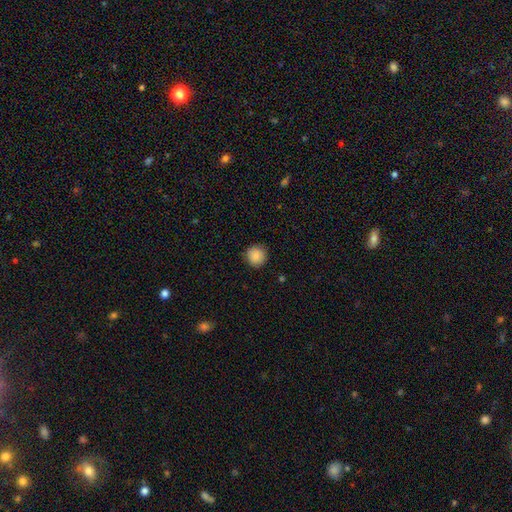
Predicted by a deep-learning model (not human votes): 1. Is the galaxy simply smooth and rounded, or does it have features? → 88% smooth, 8% star or artifact, 4% featured or disk.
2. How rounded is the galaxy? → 93% round, 6% in between, 1% cigar-shaped.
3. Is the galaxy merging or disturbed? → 88% none, 9% minor disturbance, 2% major disturbance, 1% merger.